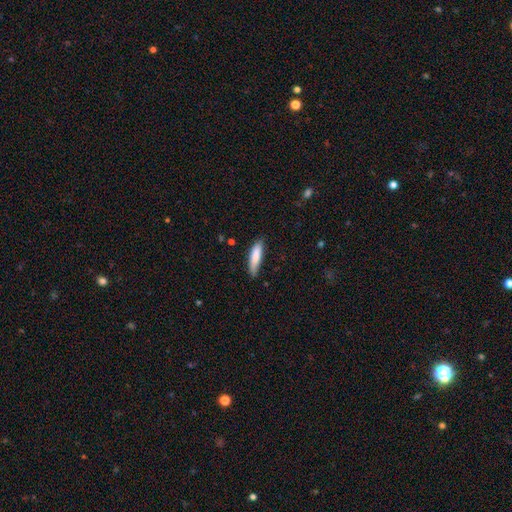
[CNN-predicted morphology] Smooth or featured? Predicted: smooth (p=0.83). How rounded? Predicted: cigar-shaped (p=0.69). Merging? Predicted: none (p=0.74).